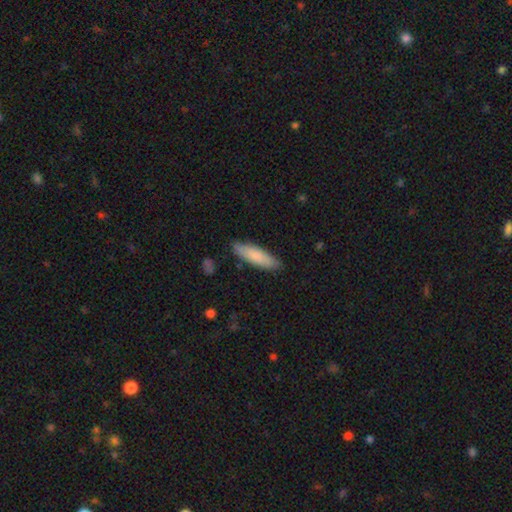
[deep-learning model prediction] A smooth galaxy with no disk features (82%) that is cigar-shaped (62%). Merging: none (86%).